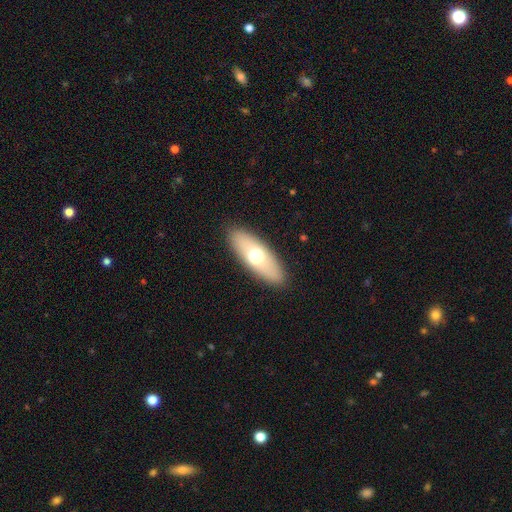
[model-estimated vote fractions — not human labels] Smooth or featured?
  - smooth: 61% *
  - featured or disk: 32%
  - star or artifact: 7%
How rounded?
  - in between: 69% *
  - cigar-shaped: 28%
  - round: 3%
Merging?
  - none: 88% *
  - minor disturbance: 8%
  - major disturbance: 3%
  - merger: 1%